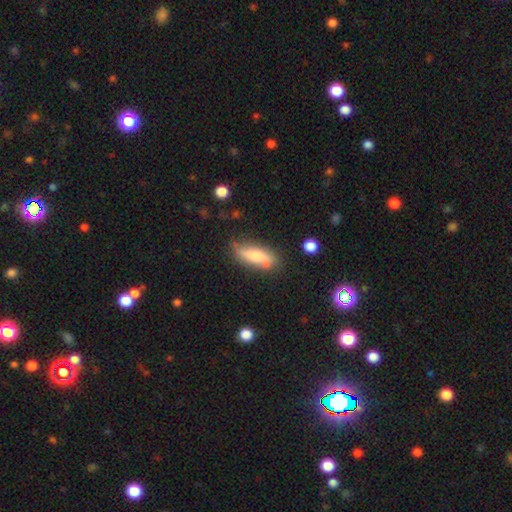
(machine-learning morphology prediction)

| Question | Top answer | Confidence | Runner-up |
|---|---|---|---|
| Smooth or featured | smooth | 66% | featured or disk (26%) |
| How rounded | in between | 57% | cigar-shaped (40%) |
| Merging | none | 71% | minor disturbance (19%) |